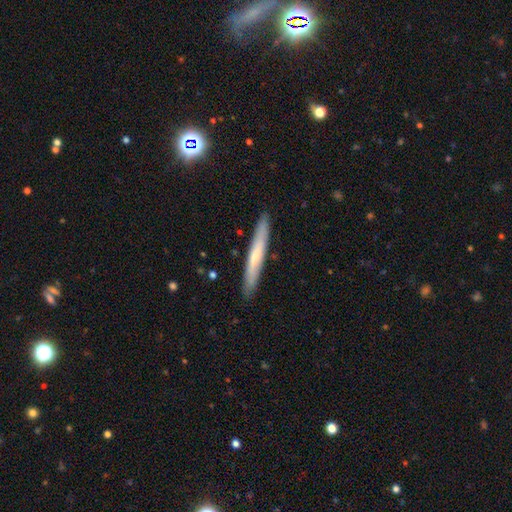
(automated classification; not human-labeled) Smooth or featured?
  - smooth: 54% *
  - featured or disk: 41%
  - star or artifact: 5%
How rounded?
  - cigar-shaped: 95% *
  - in between: 4%
  - round: 1%
Merging?
  - none: 90% *
  - minor disturbance: 7%
  - major disturbance: 1%
  - merger: 1%